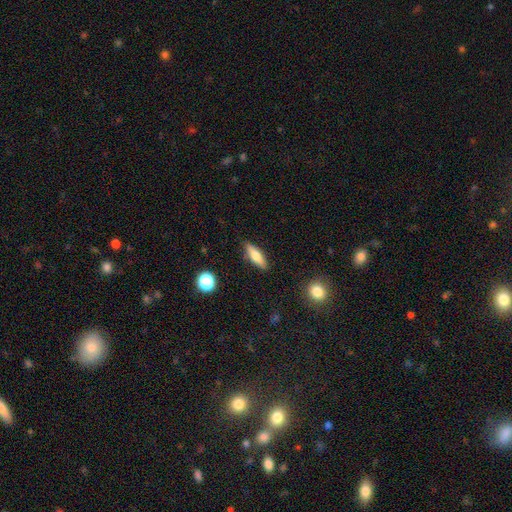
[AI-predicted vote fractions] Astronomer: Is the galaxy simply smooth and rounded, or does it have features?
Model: smooth — 62%.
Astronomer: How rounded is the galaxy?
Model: cigar-shaped — 55% (runner-up: in between, 42%).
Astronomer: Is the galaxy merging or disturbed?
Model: none — 87%.